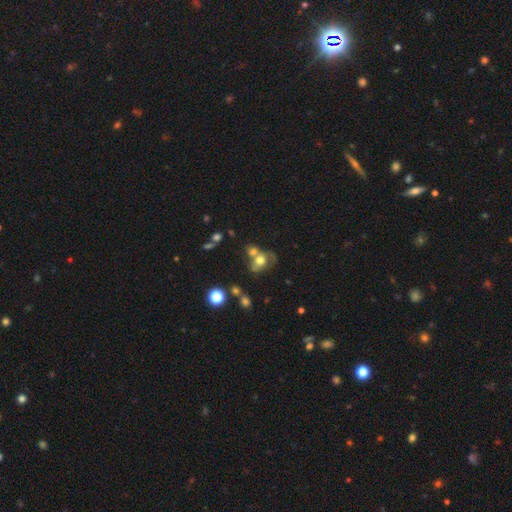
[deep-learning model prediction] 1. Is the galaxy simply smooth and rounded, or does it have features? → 58% smooth, 26% featured or disk, 16% star or artifact.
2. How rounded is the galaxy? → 52% round, 47% in between, 2% cigar-shaped.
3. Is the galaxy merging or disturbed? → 49% merger, 29% none, 13% minor disturbance, 9% major disturbance.